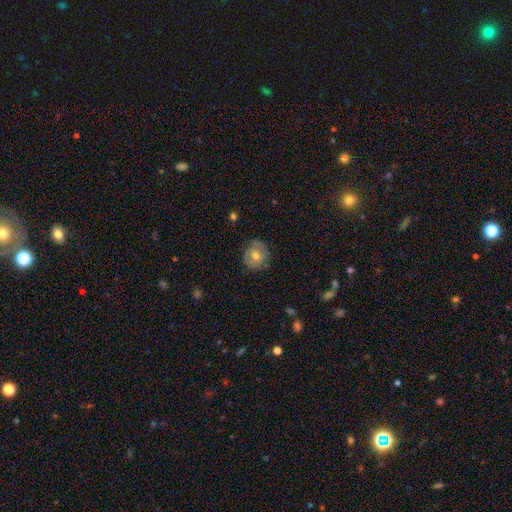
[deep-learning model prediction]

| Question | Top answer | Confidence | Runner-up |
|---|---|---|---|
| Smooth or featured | smooth | 62% | featured or disk (30%) |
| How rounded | round | 83% | in between (16%) |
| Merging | none | 75% | minor disturbance (19%) |